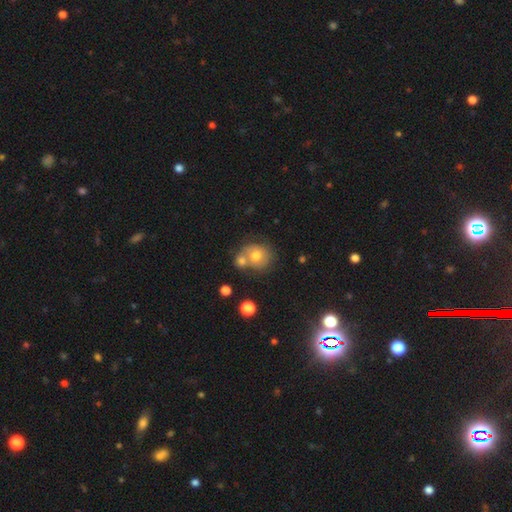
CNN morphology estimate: Smooth or featured? Predicted: smooth (p=0.68). How rounded? Predicted: round (p=0.78). Merging? Predicted: merger (p=0.44).